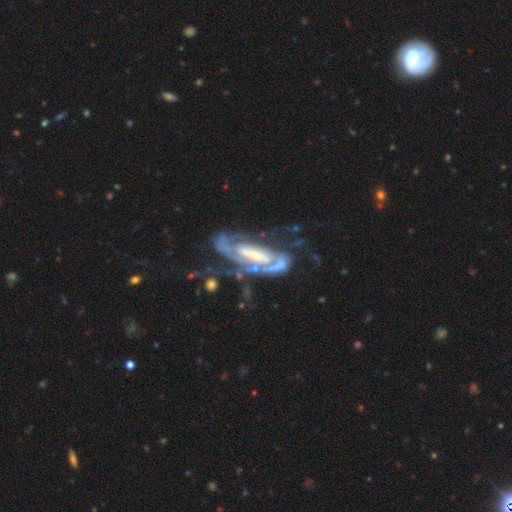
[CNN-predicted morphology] Q: Smooth or featured?
A: featured or disk (87%); runner-up: smooth (7%)
Q: Edge-on disk?
A: no (90%); runner-up: yes (10%)
Q: Bar?
A: strong (41%); runner-up: weak (33%)
Q: Spiral arms?
A: yes (94%); runner-up: no (6%)
Q: Spiral winding?
A: tight (49%); runner-up: medium (39%)
Q: Spiral arm count?
A: 2 (63%); runner-up: can't tell (18%)
Q: Bulge size?
A: small (43%); runner-up: moderate (31%)
Q: Merging?
A: none (50%); runner-up: major disturbance (23%)